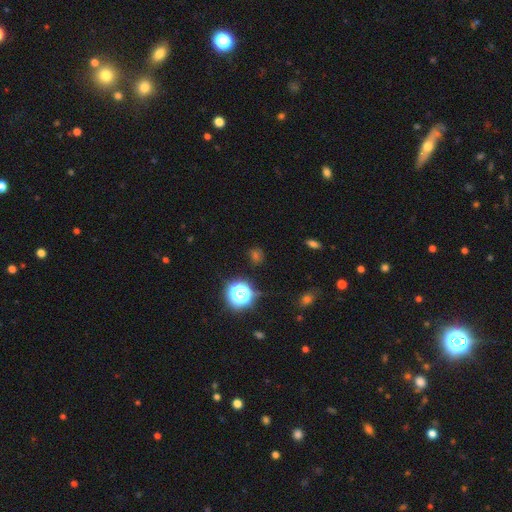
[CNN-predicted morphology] star or artifact 51%, smooth 42%, featured or disk 8%.